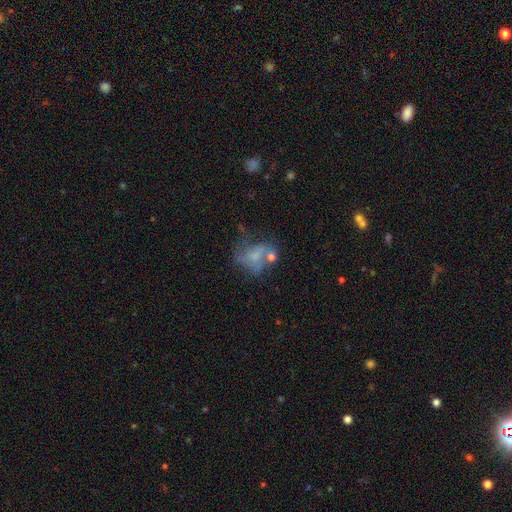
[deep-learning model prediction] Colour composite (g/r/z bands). It shows a smooth galaxy with no disk features (43%). Merging: none (30%).